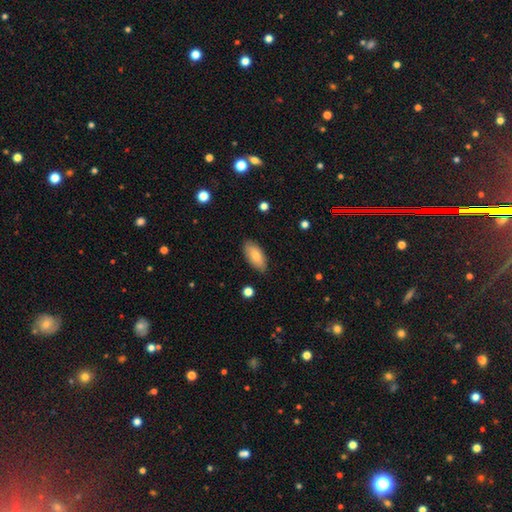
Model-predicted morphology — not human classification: Smooth or featured? Predicted: smooth (p=0.79). How rounded? Predicted: in between (p=0.90). Merging? Predicted: none (p=0.84).